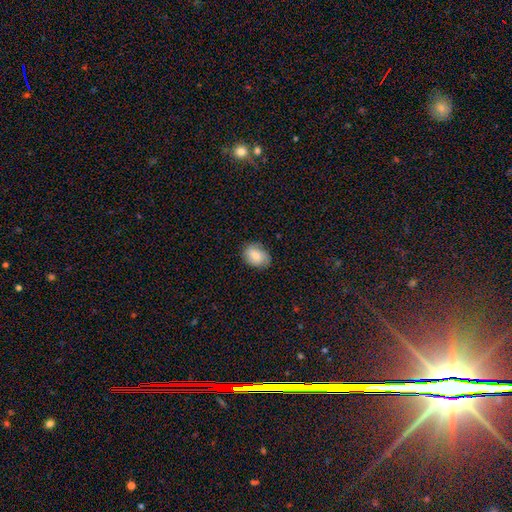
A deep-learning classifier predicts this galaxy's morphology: type=smooth (79%); roundness=in between (71%); merging=none (77%).